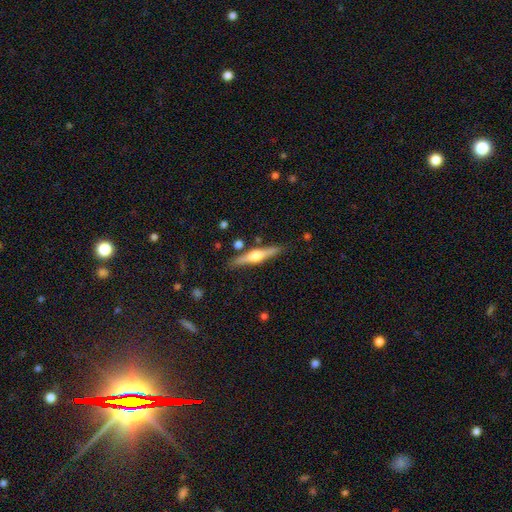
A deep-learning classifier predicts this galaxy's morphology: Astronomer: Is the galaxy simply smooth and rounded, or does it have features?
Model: featured or disk — 70%.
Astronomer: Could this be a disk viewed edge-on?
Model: yes — 97%.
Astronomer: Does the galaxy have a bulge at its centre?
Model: rounded — 92%.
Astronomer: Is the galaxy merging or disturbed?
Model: none — 85%.